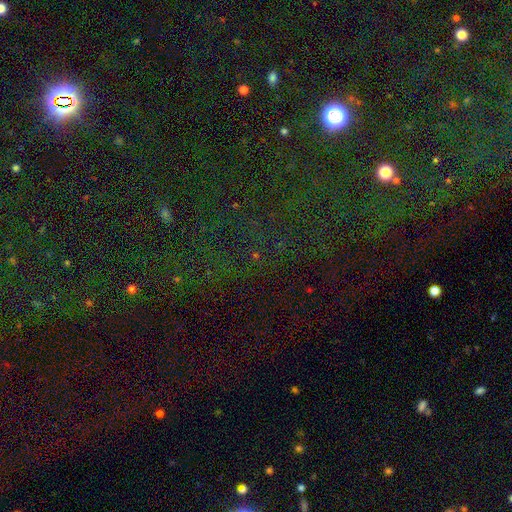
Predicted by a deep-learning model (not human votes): smooth_or_featured: star or artifact (p=0.74) [alt: smooth p=0.17]